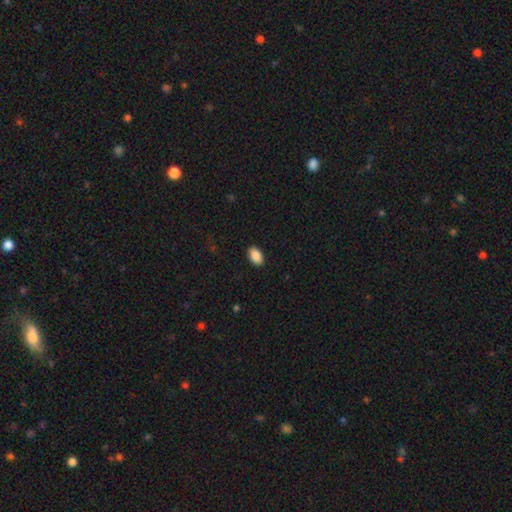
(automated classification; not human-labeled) Morphology: type=smooth (89%); roundness=in between (93%); merging=none (90%).